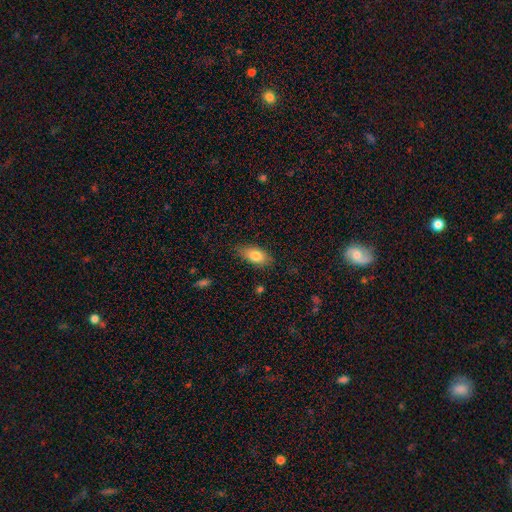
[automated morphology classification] This is clearly a smooth galaxy (80%). How rounded: clearly in between (87%). Merging: likely none (79%).